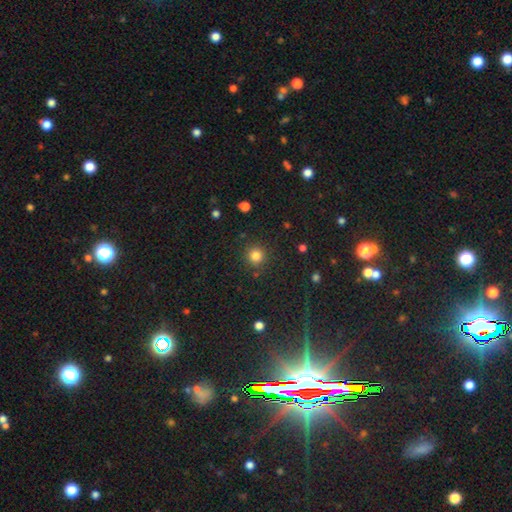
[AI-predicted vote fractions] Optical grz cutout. It shows a smooth galaxy with no disk features (82%) that is round (93%). Merging: none (88%).